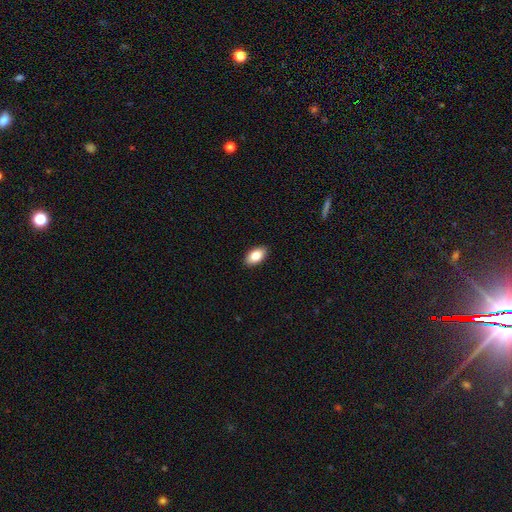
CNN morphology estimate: Smooth or featured?
  - smooth: 84% *
  - featured or disk: 9%
  - star or artifact: 7%
How rounded?
  - in between: 94% *
  - round: 4%
  - cigar-shaped: 2%
Merging?
  - none: 90% *
  - minor disturbance: 7%
  - major disturbance: 2%
  - merger: 1%